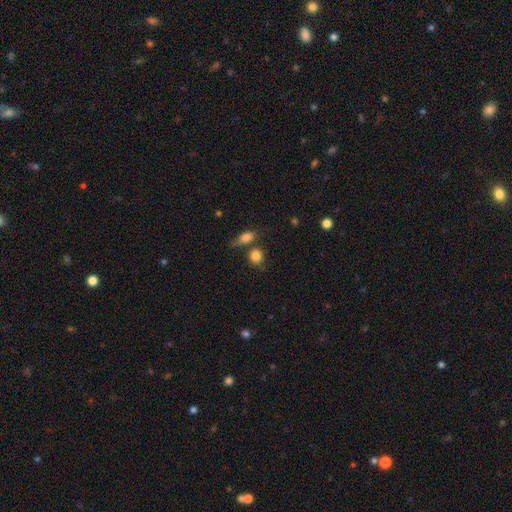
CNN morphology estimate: smooth 84%, star or artifact 10%, featured or disk 7%. Down the decision tree: how rounded — round (79%); merging — none (60%).